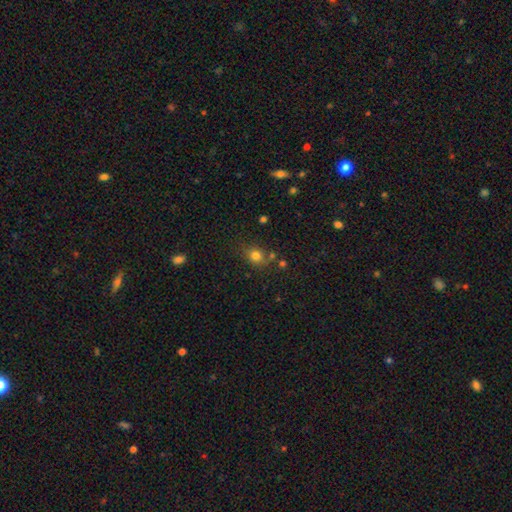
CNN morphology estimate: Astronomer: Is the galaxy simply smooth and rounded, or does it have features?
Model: smooth — 78%.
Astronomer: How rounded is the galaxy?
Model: round — 69%.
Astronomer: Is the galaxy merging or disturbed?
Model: none — 68%.